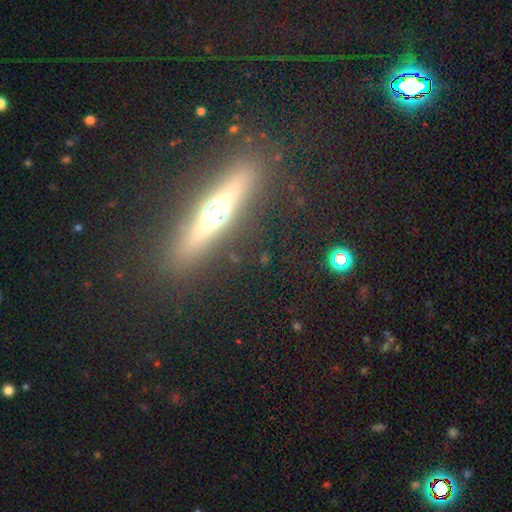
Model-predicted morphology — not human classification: A featured or disk galaxy (62%) viewed edge-on (93%) with a rounded central bulge (88%).

Vote fractions:
- Smooth or featured? featured or disk: 62% / smooth: 27% / star or artifact: 12%
- Edge-on disk? yes: 93% / no: 7%
- Edge-on bulge? rounded: 88% / none: 7% / boxy: 4%
- Merging? none: 88% / minor disturbance: 8% / major disturbance: 3% / merger: 1%